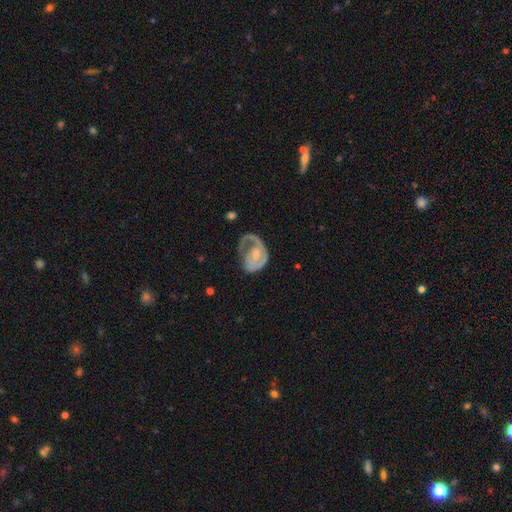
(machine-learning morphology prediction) Overall: featured or disk (75%). Edge-on disk: no (97%). Bar: no (63%; weak 31%). Spiral arms: yes (80%). Spiral arm count: 1 (54%; 2 30%). Spiral winding: tight (40%; medium 38%). Bulge size: moderate (47%; small 45%). Merging: major disturbance (37%; none 36%).